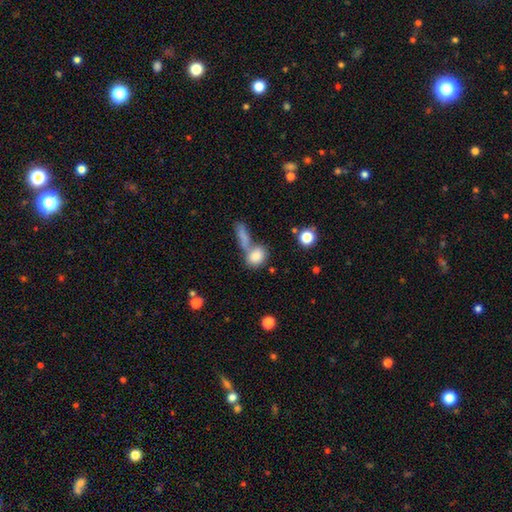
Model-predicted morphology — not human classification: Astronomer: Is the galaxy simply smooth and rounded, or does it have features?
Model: smooth — 82%.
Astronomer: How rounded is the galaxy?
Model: in between — 57% (runner-up: round, 38%).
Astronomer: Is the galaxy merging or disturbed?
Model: merger — 45% (runner-up: none, 41%).